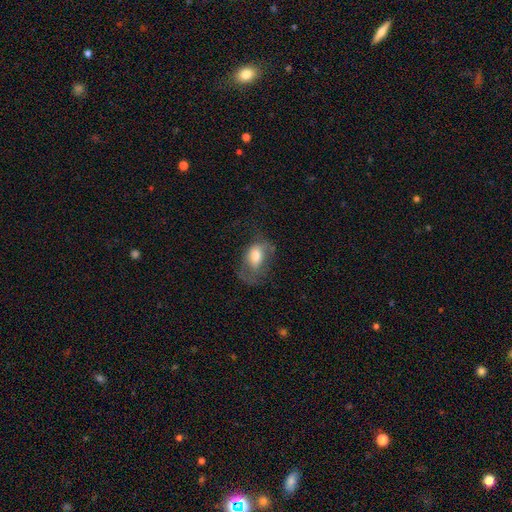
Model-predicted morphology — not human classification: This appears to be a smooth galaxy with no disk features (66%) that is in between round and cigar-shaped (82%). Merging: major disturbance (42%).